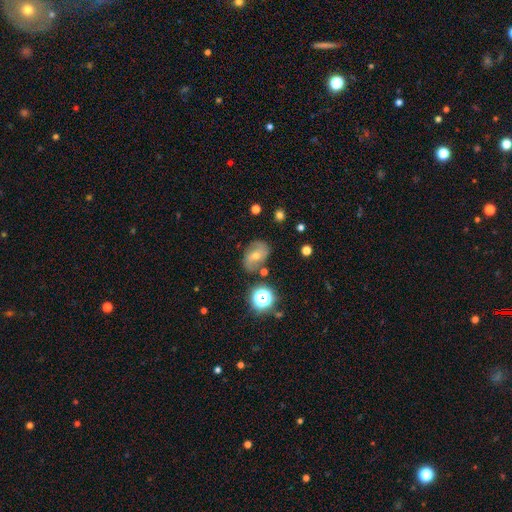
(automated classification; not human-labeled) Smooth or featured? featured or disk (56%)
Edge-on disk? no (95%)
Bar? no (51%)
Spiral arms? yes (85%)
Bulge size? small (49%)
Merging? none (76%)